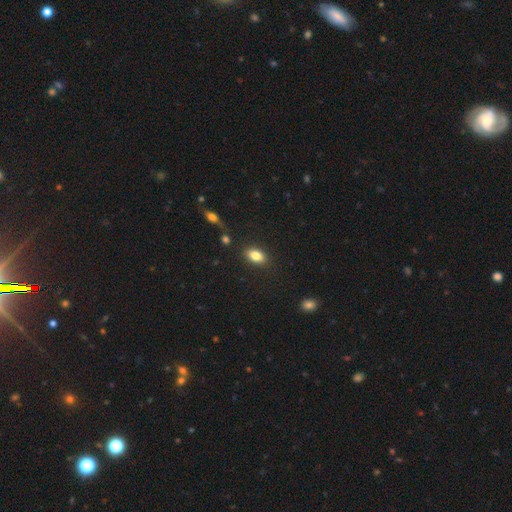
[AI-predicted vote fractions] A smooth galaxy with no disk features (82%) that is in between round and cigar-shaped (86%).

Vote fractions:
- Smooth or featured? smooth: 82% / featured or disk: 9% / star or artifact: 9%
- How rounded? in between: 86% / round: 11% / cigar-shaped: 3%
- Merging? none: 85% / minor disturbance: 10% / merger: 3% / major disturbance: 3%